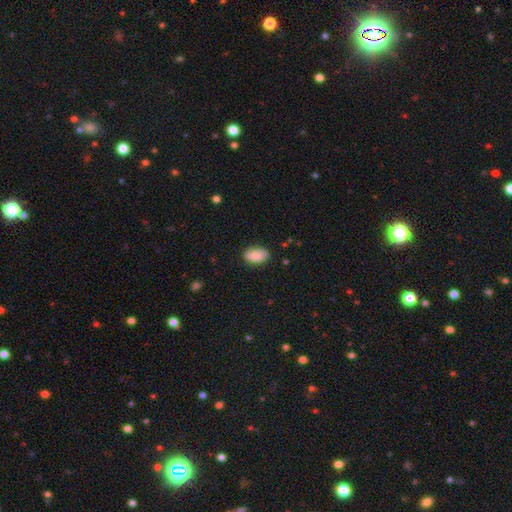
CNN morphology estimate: smooth-or-featured: smooth: 86% | featured or disk: 8% | star or artifact: 7%
  how-rounded: in between: 92% | round: 6% | cigar-shaped: 2%
  merging: none: 78% | minor disturbance: 17% | major disturbance: 3% | merger: 1%